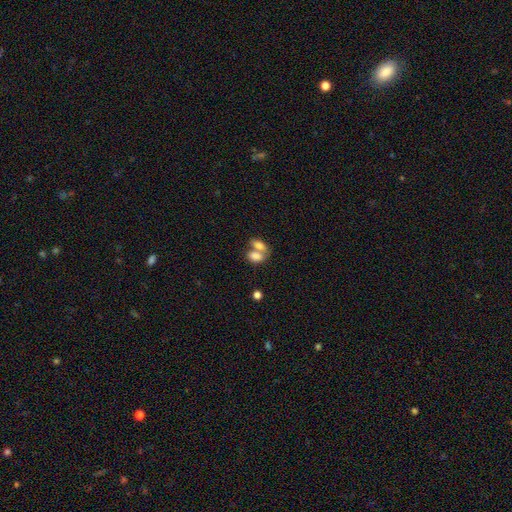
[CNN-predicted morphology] smooth-or-featured: smooth: 78% | featured or disk: 14% | star or artifact: 8%
  how-rounded: in between: 87% | round: 11% | cigar-shaped: 3%
  merging: merger: 66% | none: 23% | minor disturbance: 7% | major disturbance: 4%